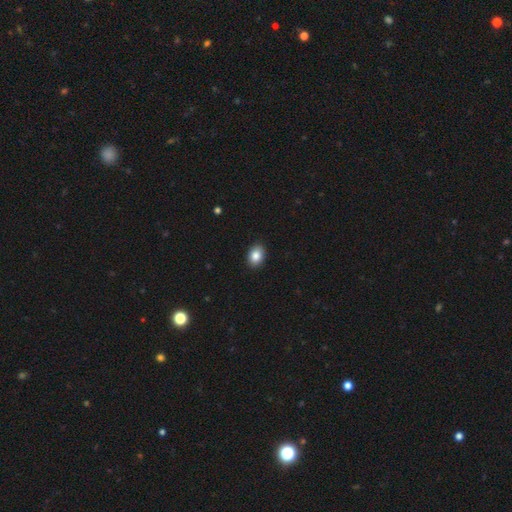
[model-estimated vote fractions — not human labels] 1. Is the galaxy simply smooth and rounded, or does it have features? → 86% smooth, 8% star or artifact, 6% featured or disk.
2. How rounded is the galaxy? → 76% in between, 23% round, 1% cigar-shaped.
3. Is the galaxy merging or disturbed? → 90% none, 7% minor disturbance, 2% major disturbance, 1% merger.